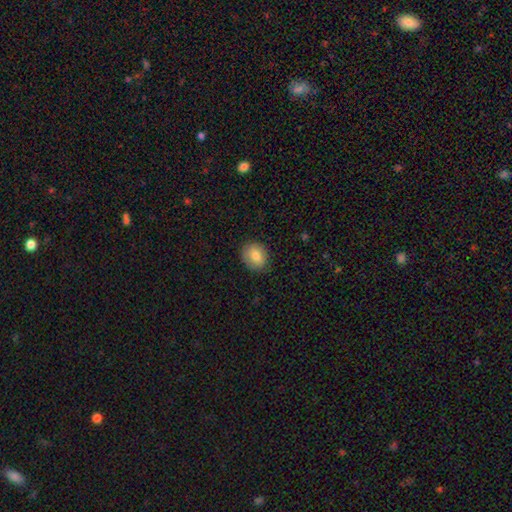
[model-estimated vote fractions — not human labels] This is clearly a smooth galaxy (82%). How rounded: possibly round (59%). Merging: clearly none (86%).